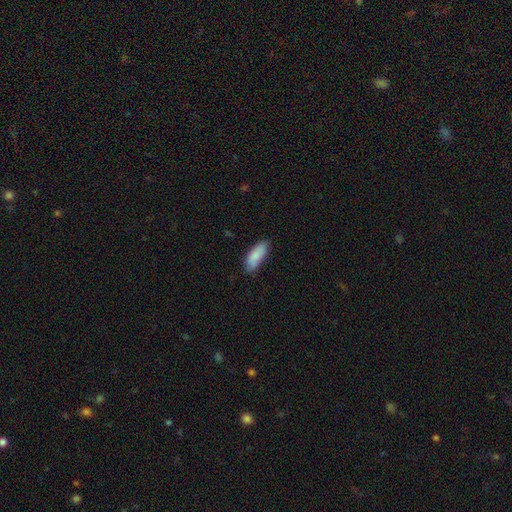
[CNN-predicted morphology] smooth-or-featured: smooth: 86% | featured or disk: 8% | star or artifact: 6%
  how-rounded: in between: 76% | cigar-shaped: 22% | round: 2%
  merging: none: 77% | minor disturbance: 19% | major disturbance: 3% | merger: 1%